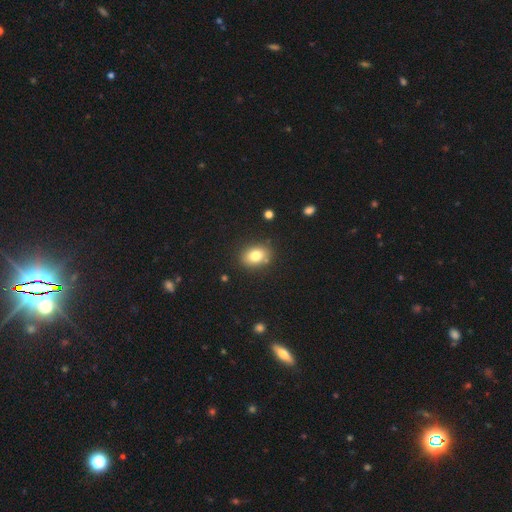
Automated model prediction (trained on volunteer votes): Overall: smooth (79%). How rounded: in between (67%; round 32%). Merging: none (83%).